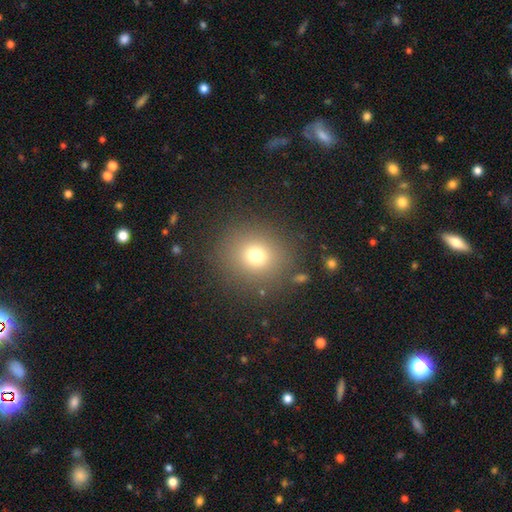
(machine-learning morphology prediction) A smooth galaxy with no disk features (72%) that is round (89%).

Vote fractions:
- Smooth or featured? smooth: 72% / star or artifact: 18% / featured or disk: 10%
- How rounded? round: 89% / in between: 10% / cigar-shaped: 1%
- Merging? none: 86% / minor disturbance: 7% / major disturbance: 4% / merger: 2%